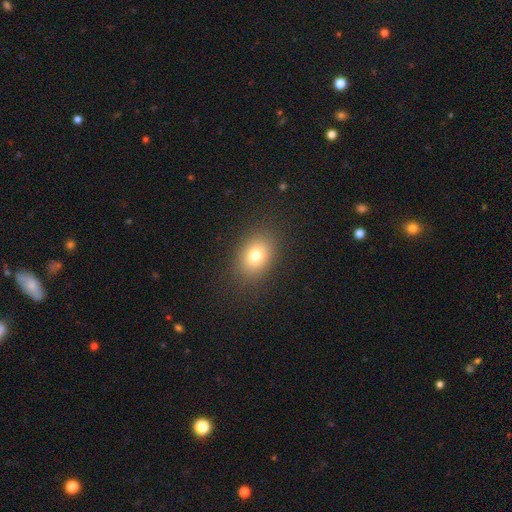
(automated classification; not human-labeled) smooth 76%, star or artifact 13%, featured or disk 11%. Down the decision tree: how rounded — in between (64%); merging — none (87%).